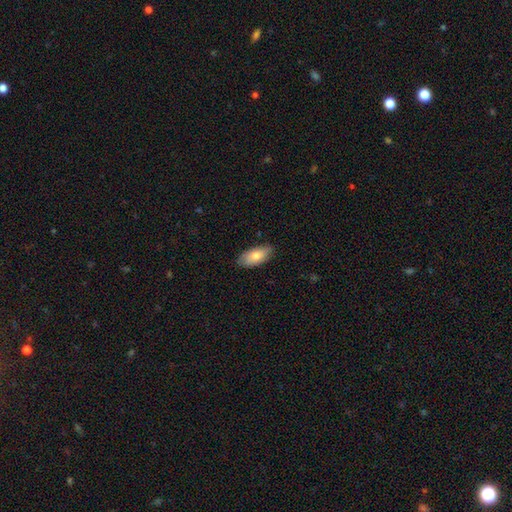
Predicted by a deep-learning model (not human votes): smooth 77%, featured or disk 17%, star or artifact 6%. Down the decision tree: how rounded — in between (90%); merging — none (82%).